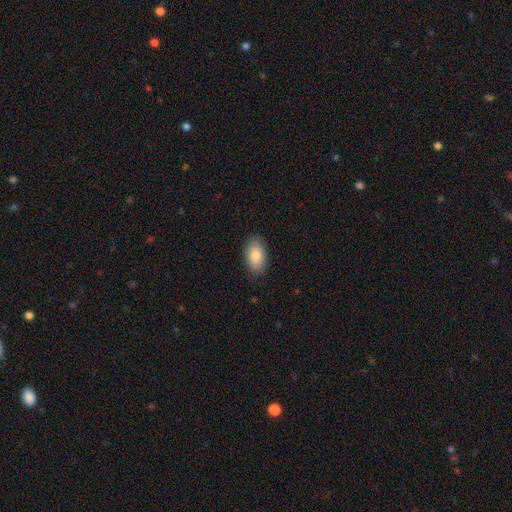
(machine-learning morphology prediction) Smooth or featured?
  - smooth: 87% *
  - featured or disk: 7%
  - star or artifact: 6%
How rounded?
  - in between: 94% *
  - round: 4%
  - cigar-shaped: 2%
Merging?
  - none: 87% *
  - minor disturbance: 10%
  - major disturbance: 2%
  - merger: 1%